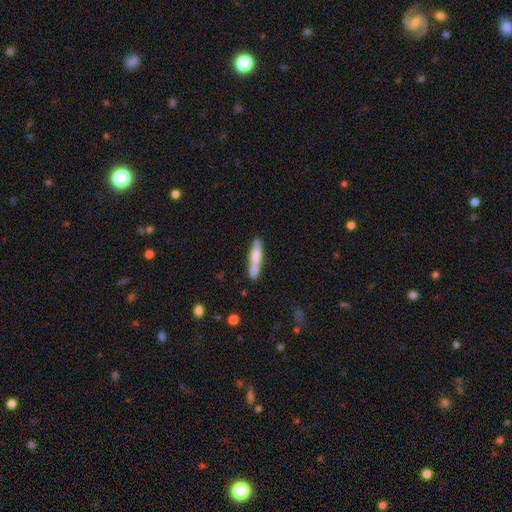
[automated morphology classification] This is possibly a smooth galaxy (60%). How rounded: clearly cigar-shaped (85%). Merging: likely none (77%).